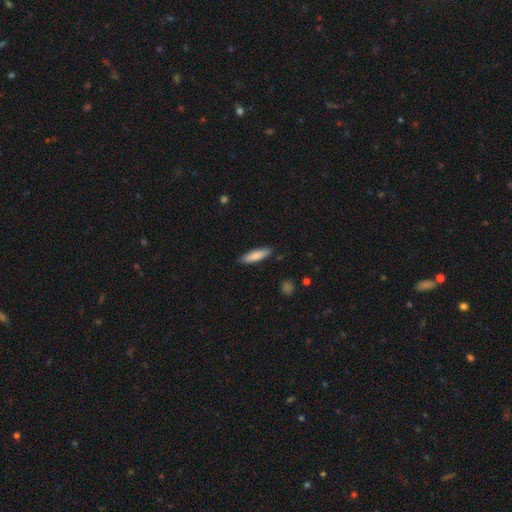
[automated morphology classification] Smooth or featured: smooth — 83% (featured or disk — 11%)
How rounded: cigar-shaped — 70% (in between — 29%)
Merging: none — 87% (minor disturbance — 9%)